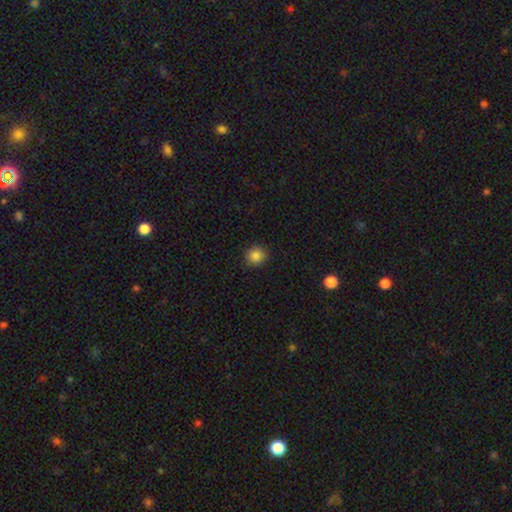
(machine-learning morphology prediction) This is clearly a smooth galaxy (85%). How rounded: clearly round (89%). Merging: clearly none (91%).